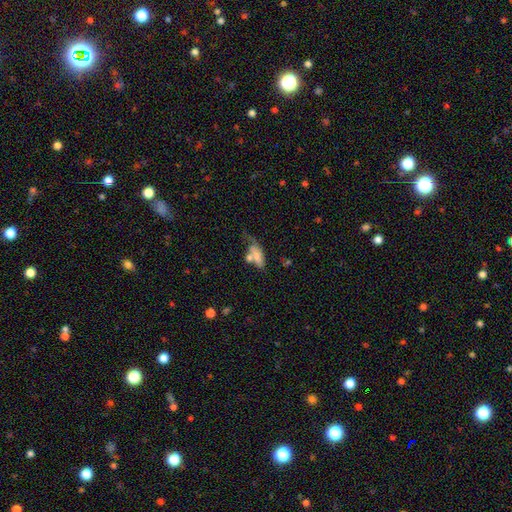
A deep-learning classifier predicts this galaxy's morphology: Overall: smooth (62%; featured or disk 28%). How rounded: in between (70%). Merging: merger (35%; none 26%).